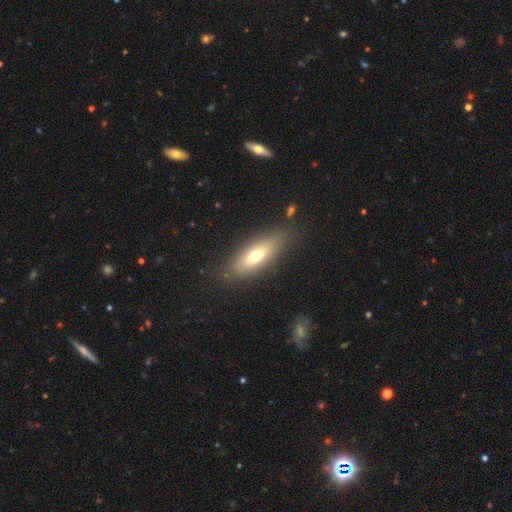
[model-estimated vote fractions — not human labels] Smooth or featured: smooth — 63% (featured or disk — 29%)
How rounded: in between — 61% (cigar-shaped — 36%)
Merging: none — 81% (minor disturbance — 12%)